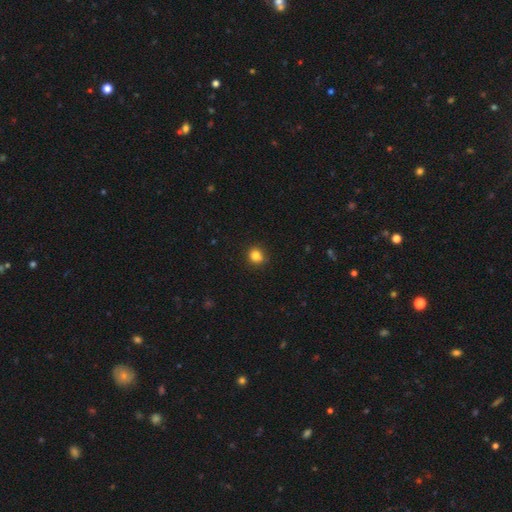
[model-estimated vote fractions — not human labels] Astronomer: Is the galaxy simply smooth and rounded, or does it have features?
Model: smooth — 84%.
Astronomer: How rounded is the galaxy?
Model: round — 77%.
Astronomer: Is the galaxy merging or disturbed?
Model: none — 87%.